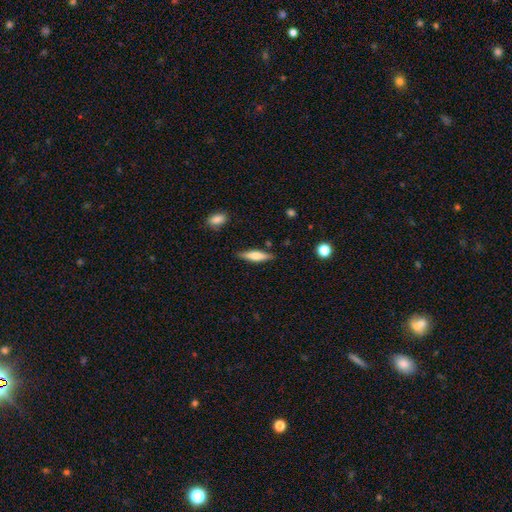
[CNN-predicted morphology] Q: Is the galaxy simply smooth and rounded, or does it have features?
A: smooth — 56%.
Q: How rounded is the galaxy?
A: cigar-shaped — 70%.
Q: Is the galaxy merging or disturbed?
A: none — 85%.